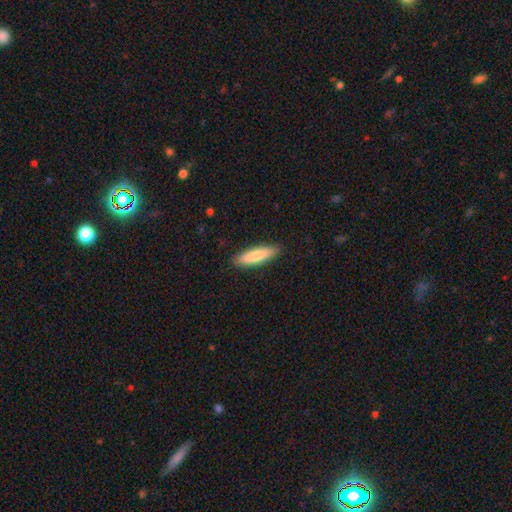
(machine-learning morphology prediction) Smooth or featured: smooth — 77% (featured or disk — 17%)
How rounded: cigar-shaped — 71% (in between — 27%)
Merging: none — 90% (minor disturbance — 8%)